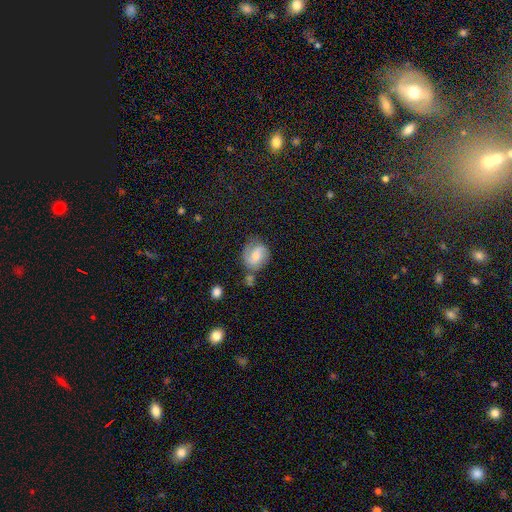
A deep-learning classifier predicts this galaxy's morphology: This is possibly a featured or disk galaxy (54%). It is clearly not viewed edge-on (97%). Bar: possibly weak (45%). Spiral arm pattern: clearly yes (87%). Central bulge: possibly moderate (49%). Merging: likely none (61%).